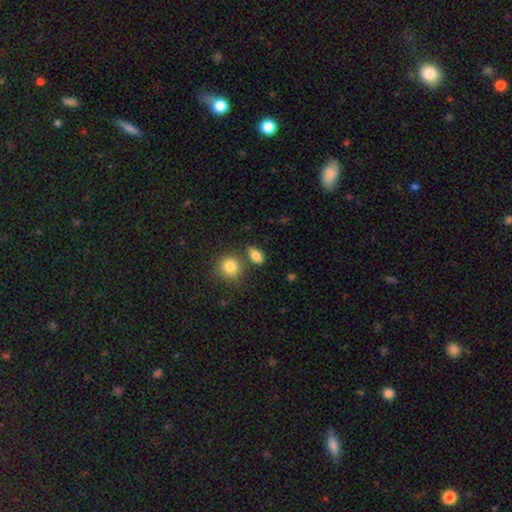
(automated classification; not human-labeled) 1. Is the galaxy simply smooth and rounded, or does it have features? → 83% smooth, 9% star or artifact, 7% featured or disk.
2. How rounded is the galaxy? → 79% in between, 17% round, 4% cigar-shaped.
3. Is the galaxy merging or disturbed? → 70% none, 14% merger, 12% minor disturbance, 4% major disturbance.